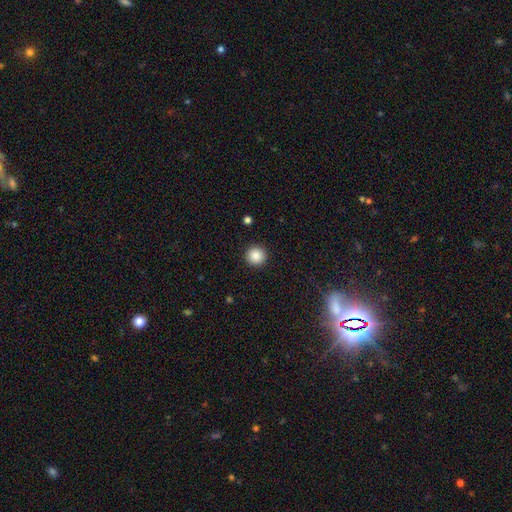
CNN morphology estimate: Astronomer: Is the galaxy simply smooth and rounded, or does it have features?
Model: smooth — 87%.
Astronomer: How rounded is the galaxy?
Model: round — 96%.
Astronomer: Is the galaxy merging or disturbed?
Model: none — 93%.